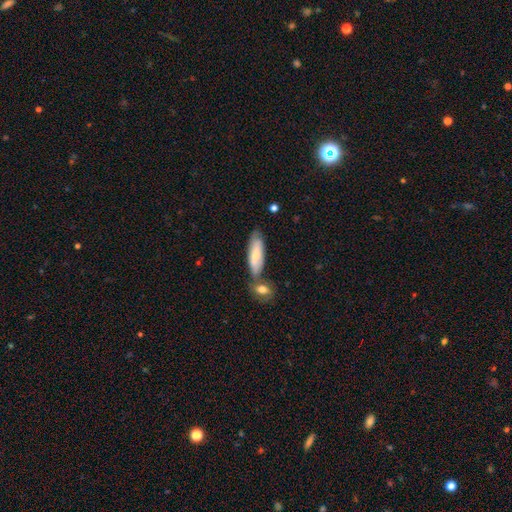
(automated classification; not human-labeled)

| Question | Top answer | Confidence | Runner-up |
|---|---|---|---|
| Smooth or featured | smooth | 71% | featured or disk (23%) |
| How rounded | in between | 51% | cigar-shaped (47%) |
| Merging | none | 55% | merger (25%) |